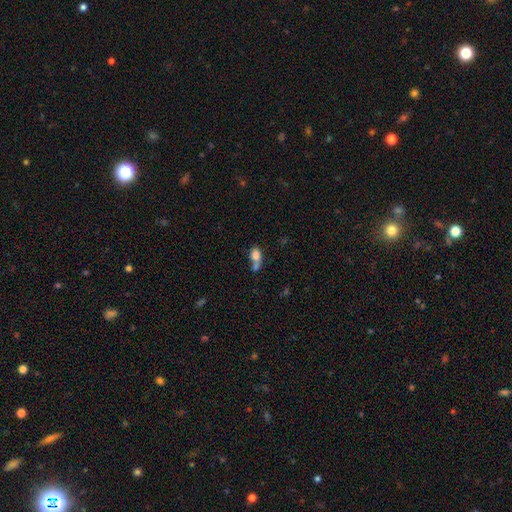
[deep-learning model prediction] A smooth galaxy with no disk features (77%) that is in between round and cigar-shaped (67%).

Vote fractions:
- Smooth or featured? smooth: 77% / featured or disk: 13% / star or artifact: 10%
- How rounded? in between: 67% / round: 30% / cigar-shaped: 3%
- Merging? merger: 52% / none: 29% / minor disturbance: 12% / major disturbance: 7%